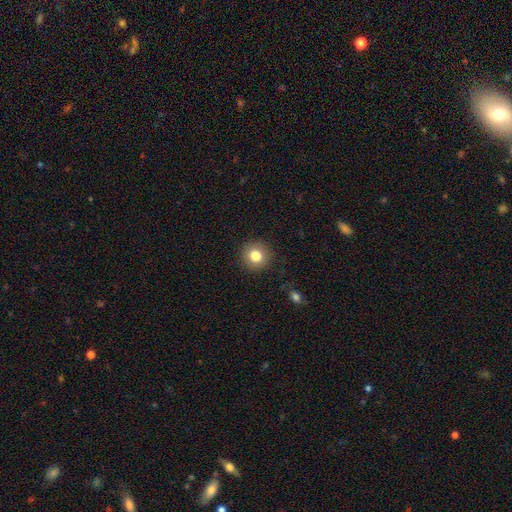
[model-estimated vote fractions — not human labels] Smooth or featured? smooth (81%)
How rounded? round (92%)
Merging? none (89%)